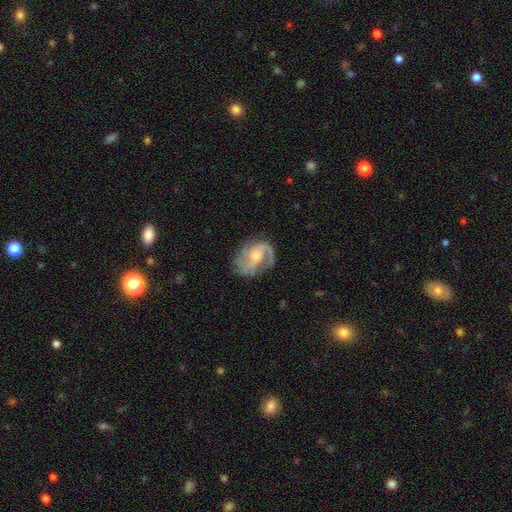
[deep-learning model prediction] Smooth or featured?
  - featured or disk: 86% *
  - smooth: 8%
  - star or artifact: 5%
Edge-on disk?
  - no: 98% *
  - yes: 2%
Bar?
  - no: 56% *
  - weak: 37%
  - strong: 7%
Spiral arms?
  - yes: 96% *
  - no: 4%
Spiral winding?
  - medium: 51% *
  - loose: 26%
  - tight: 24%
Spiral arm count?
  - 2: 44% *
  - 3: 27%
  - can't tell: 13%
  - 1: 6%
  - 4: 5%
  - more than 4: 5%
Bulge size?
  - moderate: 48% *
  - small: 41%
  - none: 6%
  - large: 5%
  - dominant: 1%
Merging?
  - none: 66% *
  - minor disturbance: 20%
  - major disturbance: 13%
  - merger: 2%